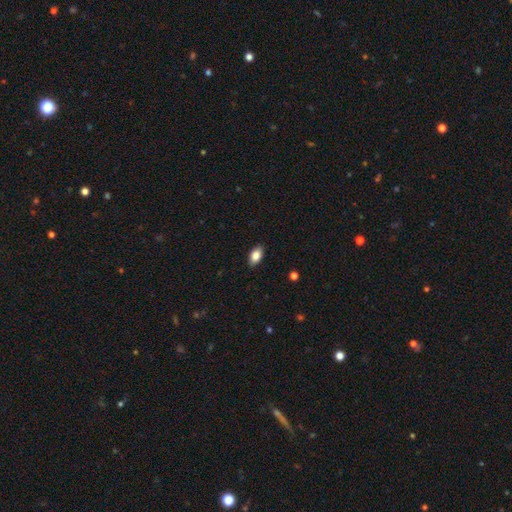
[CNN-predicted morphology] The model was most divided on "smooth or featured": smooth: 83%, featured or disk: 10%, star or artifact: 8%. More confident: how rounded — in between (90%); merging — none (89%).